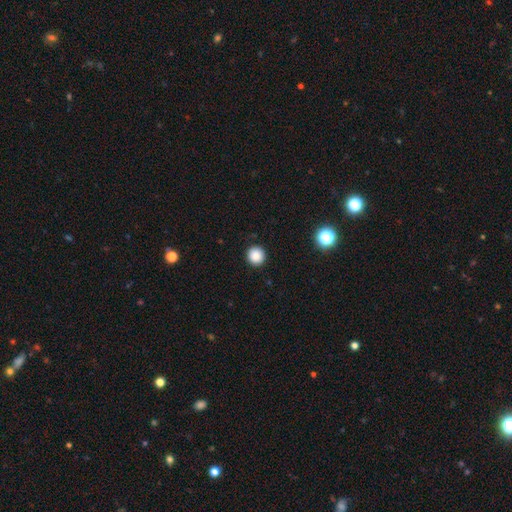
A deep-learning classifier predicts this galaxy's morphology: The model was most divided on "smooth or featured": smooth: 86%, star or artifact: 11%, featured or disk: 3%. More confident: how rounded — round (94%); merging — none (91%).